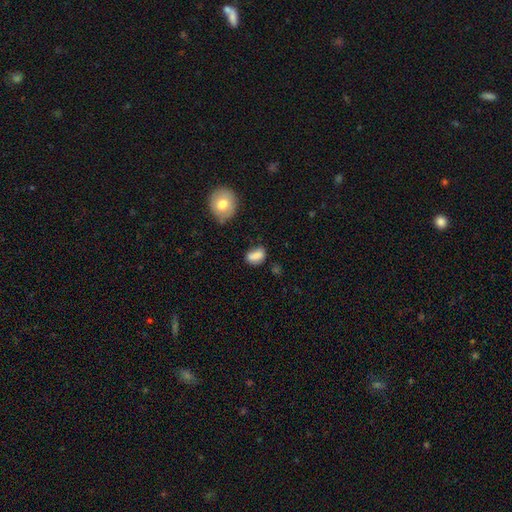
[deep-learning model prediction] Q: Smooth or featured?
A: smooth (79%); runner-up: featured or disk (11%)
Q: How rounded?
A: in between (79%); runner-up: round (18%)
Q: Merging?
A: none (53%); runner-up: minor disturbance (30%)